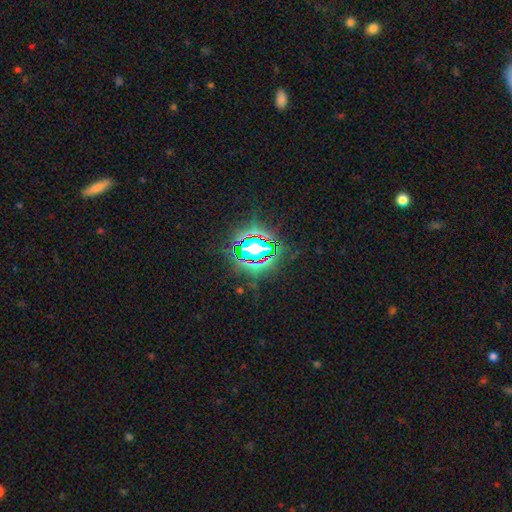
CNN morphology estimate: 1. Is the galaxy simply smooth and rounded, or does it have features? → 80% star or artifact, 12% smooth, 7% featured or disk.